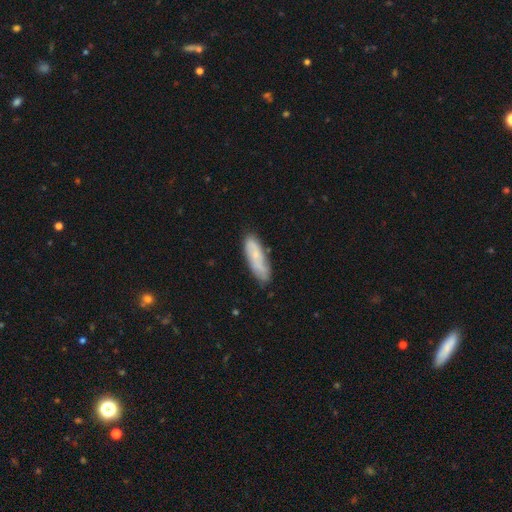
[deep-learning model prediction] A smooth galaxy with no disk features (53%) that is cigar-shaped (50%).

Vote fractions:
- Smooth or featured? smooth: 53% / featured or disk: 41% / star or artifact: 7%
- How rounded? cigar-shaped: 50% / in between: 48% / round: 2%
- Merging? none: 74% / minor disturbance: 20% / major disturbance: 4% / merger: 3%